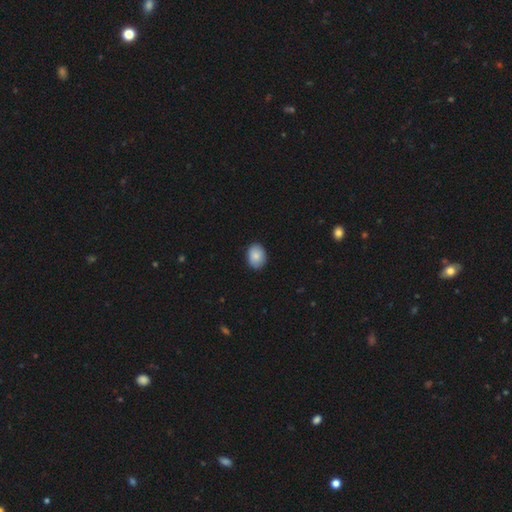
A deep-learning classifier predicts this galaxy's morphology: Smooth or featured: smooth — 87% (star or artifact — 7%)
How rounded: in between — 67% (round — 32%)
Merging: none — 86% (minor disturbance — 11%)